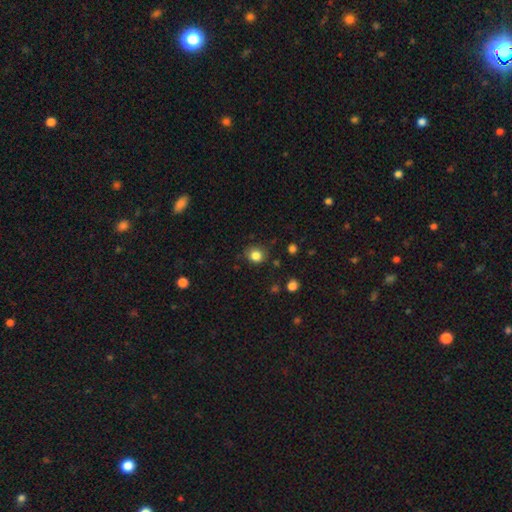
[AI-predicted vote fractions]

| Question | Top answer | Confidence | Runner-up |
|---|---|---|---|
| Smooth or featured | smooth | 84% | star or artifact (11%) |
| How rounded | round | 79% | in between (20%) |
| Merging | none | 81% | minor disturbance (13%) |